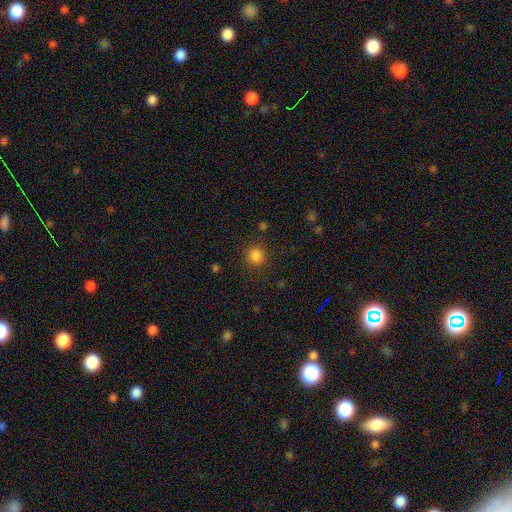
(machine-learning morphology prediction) A smooth galaxy with no disk features (84%) that is round (91%).

Vote fractions:
- Smooth or featured? smooth: 84% / star or artifact: 13% / featured or disk: 4%
- How rounded? round: 91% / in between: 8% / cigar-shaped: 1%
- Merging? none: 88% / minor disturbance: 7% / major disturbance: 3% / merger: 2%